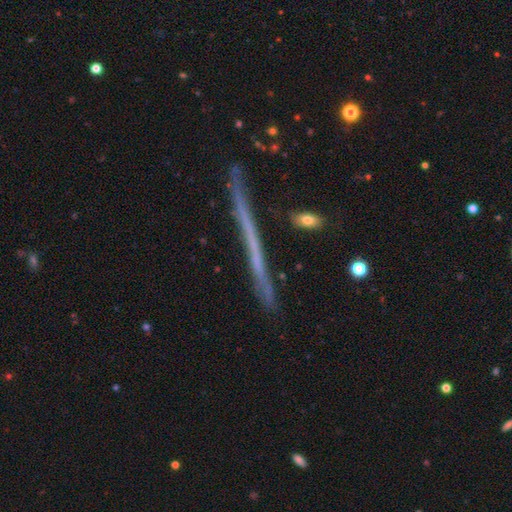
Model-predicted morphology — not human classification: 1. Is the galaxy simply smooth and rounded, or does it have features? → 58% featured or disk, 34% smooth, 8% star or artifact.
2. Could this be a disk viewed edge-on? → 96% yes, 4% no.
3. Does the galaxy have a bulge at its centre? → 94% none, 4% rounded, 2% boxy.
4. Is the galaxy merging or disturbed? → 85% none, 11% minor disturbance, 2% major disturbance, 2% merger.